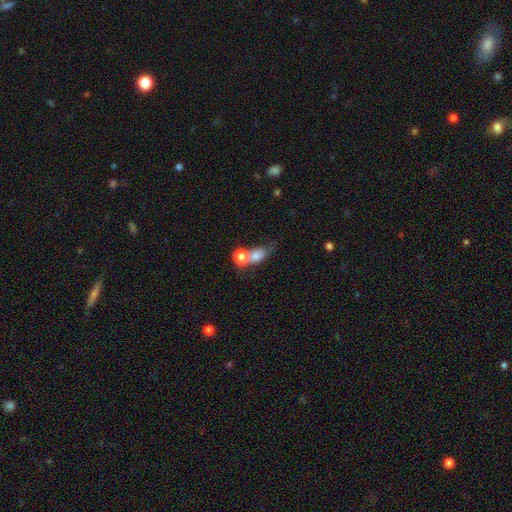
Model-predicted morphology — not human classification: Smooth or featured? smooth (74%)
How rounded? in between (52%)
Merging? merger (59%)